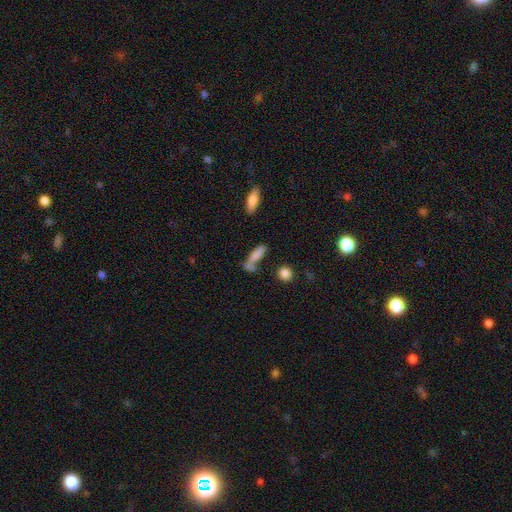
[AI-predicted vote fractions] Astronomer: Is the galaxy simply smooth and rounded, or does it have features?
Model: smooth — 77%.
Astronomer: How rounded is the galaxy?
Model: cigar-shaped — 49% (runner-up: in between, 47%).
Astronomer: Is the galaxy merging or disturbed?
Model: none — 43% (runner-up: merger, 30%).